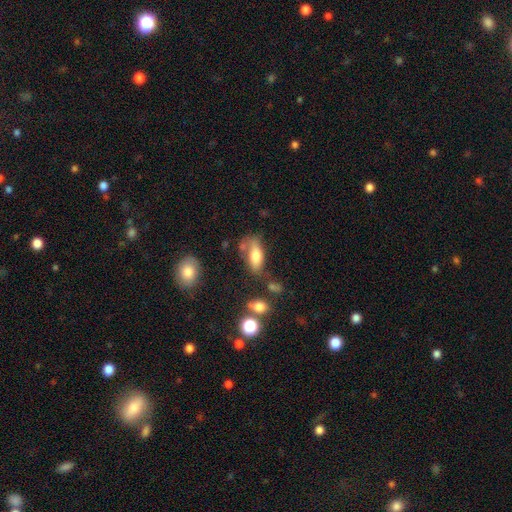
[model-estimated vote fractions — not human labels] This is likely a smooth galaxy (71%). How rounded: clearly in between (82%). Merging: possibly none (49%).